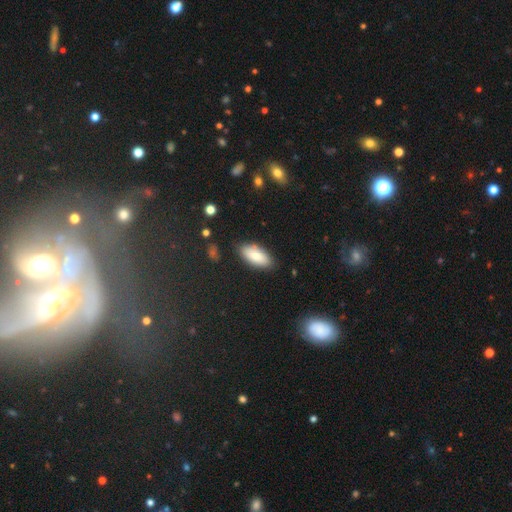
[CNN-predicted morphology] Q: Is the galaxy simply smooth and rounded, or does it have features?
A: smooth — 85%.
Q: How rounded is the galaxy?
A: in between — 87%.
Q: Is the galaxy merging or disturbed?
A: none — 82%.